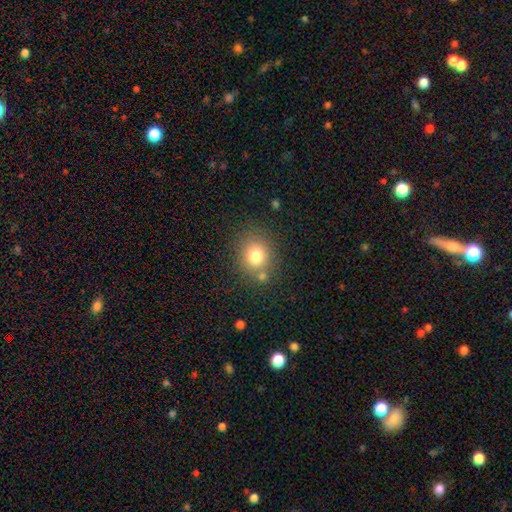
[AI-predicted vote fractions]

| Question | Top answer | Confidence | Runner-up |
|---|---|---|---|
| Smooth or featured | smooth | 78% | star or artifact (12%) |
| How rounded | round | 73% | in between (26%) |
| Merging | none | 73% | minor disturbance (12%) |